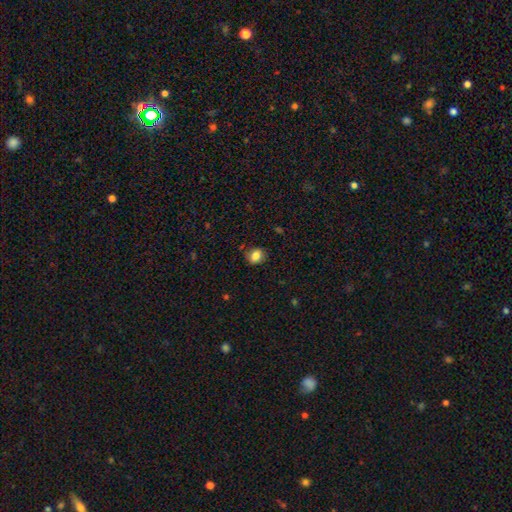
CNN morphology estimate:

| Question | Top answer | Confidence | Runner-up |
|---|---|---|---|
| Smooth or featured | smooth | 82% | star or artifact (10%) |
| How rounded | round | 58% | in between (41%) |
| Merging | none | 84% | minor disturbance (12%) |